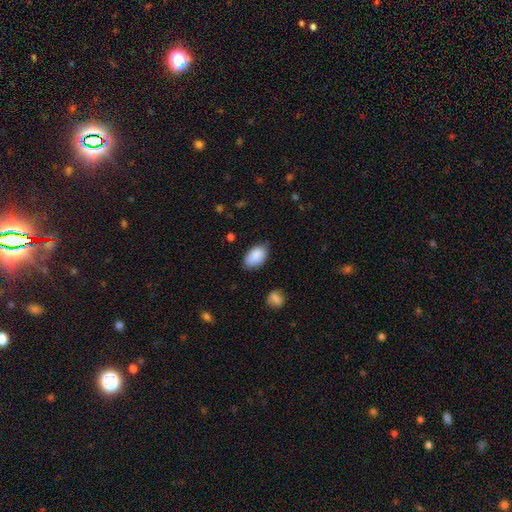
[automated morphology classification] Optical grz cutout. It shows a smooth galaxy with no disk features (89%) that is in between round and cigar-shaped (94%). Merging: none (78%).